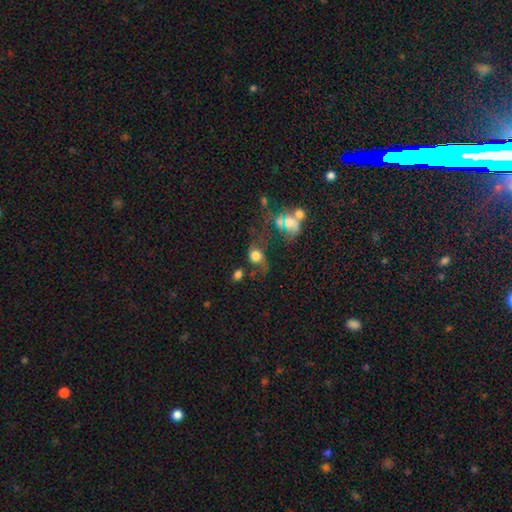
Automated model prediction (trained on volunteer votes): smooth-or-featured: smooth: 62% | featured or disk: 22% | star or artifact: 15%
  how-rounded: round: 59% | in between: 39% | cigar-shaped: 2%
  merging: major disturbance: 33% | none: 32% | minor disturbance: 20% | merger: 15%